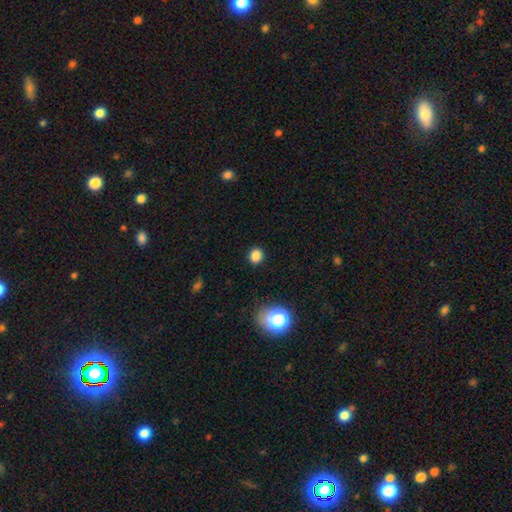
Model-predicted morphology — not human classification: Overall: smooth (83%). How rounded: round (75%). Merging: none (90%).